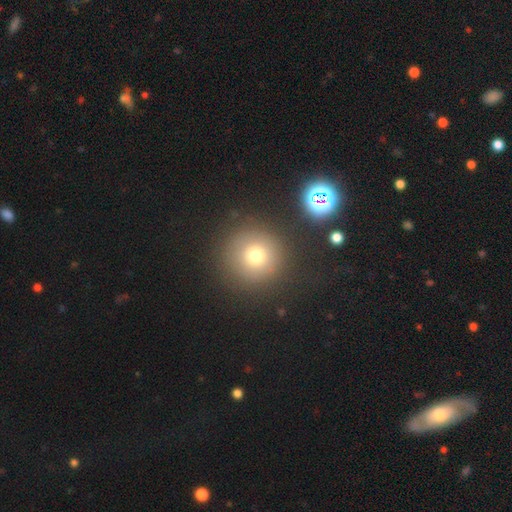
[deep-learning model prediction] Smooth or featured?
  - smooth: 73% *
  - star or artifact: 16%
  - featured or disk: 11%
How rounded?
  - round: 96% *
  - in between: 3%
  - cigar-shaped: 1%
Merging?
  - none: 86% *
  - minor disturbance: 7%
  - major disturbance: 4%
  - merger: 3%